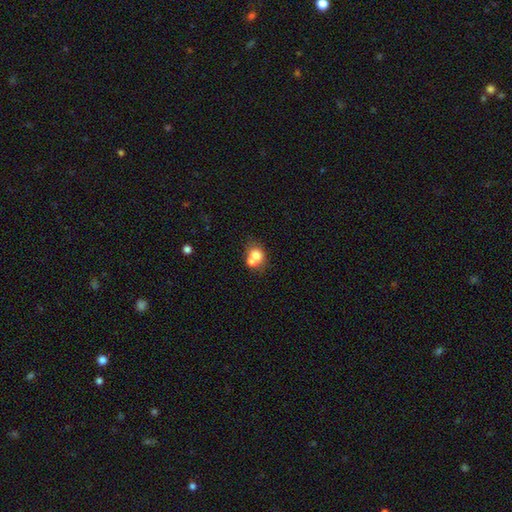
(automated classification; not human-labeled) This is likely a smooth galaxy (71%). How rounded: likely round (63%). Merging: possibly merger (51%).